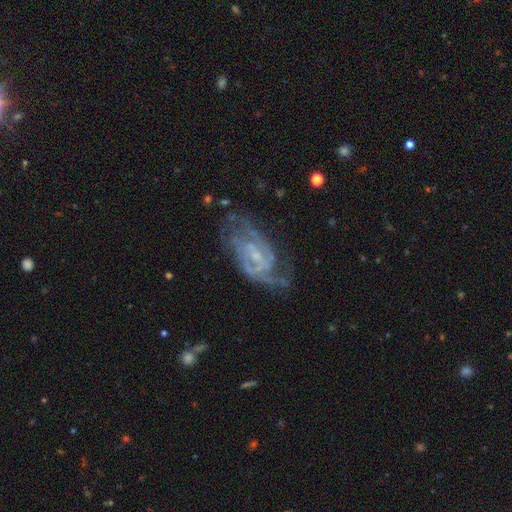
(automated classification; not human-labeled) Q: Smooth or featured?
A: featured or disk (83%); runner-up: smooth (9%)
Q: Edge-on disk?
A: no (95%); runner-up: yes (5%)
Q: Bar?
A: weak (48%); runner-up: no (39%)
Q: Spiral arms?
A: yes (93%); runner-up: no (7%)
Q: Spiral winding?
A: tight (45%); runner-up: medium (43%)
Q: Spiral arm count?
A: 2 (46%); runner-up: can't tell (27%)
Q: Bulge size?
A: small (68%); runner-up: moderate (21%)
Q: Merging?
A: none (58%); runner-up: minor disturbance (22%)